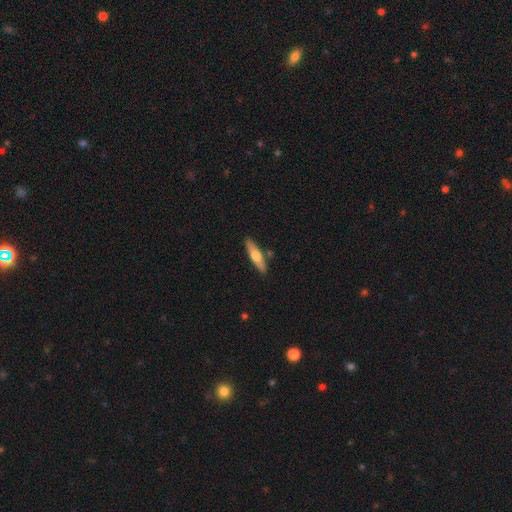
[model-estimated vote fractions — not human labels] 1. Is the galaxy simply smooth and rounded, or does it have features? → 54% smooth, 41% featured or disk, 5% star or artifact.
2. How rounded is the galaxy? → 73% cigar-shaped, 25% in between, 2% round.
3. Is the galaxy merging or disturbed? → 84% none, 10% minor disturbance, 4% merger, 2% major disturbance.